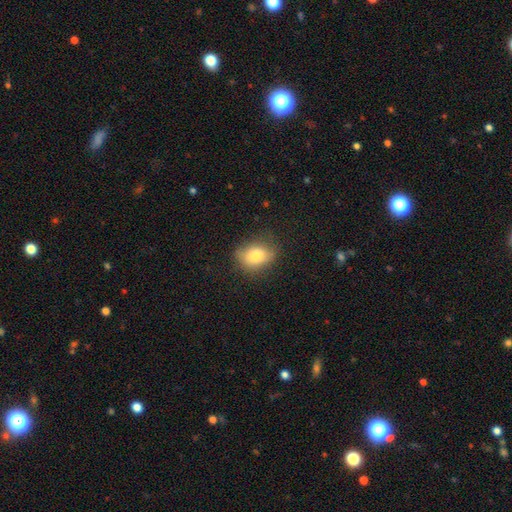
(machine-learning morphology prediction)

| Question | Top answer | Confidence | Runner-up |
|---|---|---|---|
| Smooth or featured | smooth | 80% | featured or disk (11%) |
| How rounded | in between | 66% | round (32%) |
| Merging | none | 69% | minor disturbance (23%) |